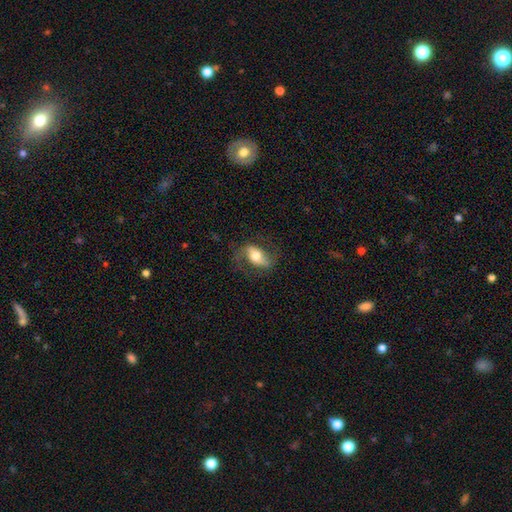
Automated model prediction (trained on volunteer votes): This appears to be a featured or disk galaxy (53%). Merging: none (68%).